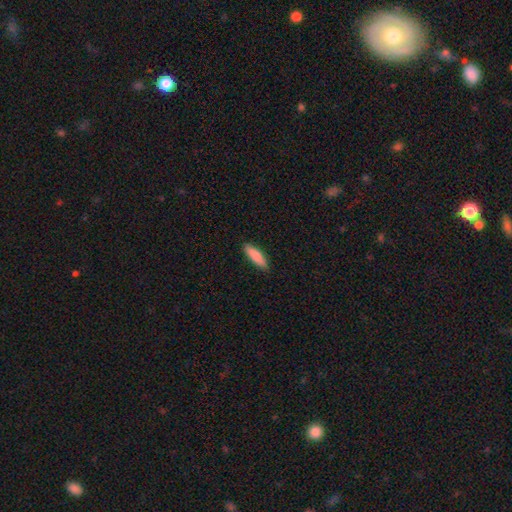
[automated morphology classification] smooth_or_featured: smooth (p=0.86) [alt: featured or disk p=0.08]
how_rounded: cigar-shaped (p=0.58) [alt: in between p=0.40]
merging: none (p=0.88) [alt: minor disturbance p=0.09]